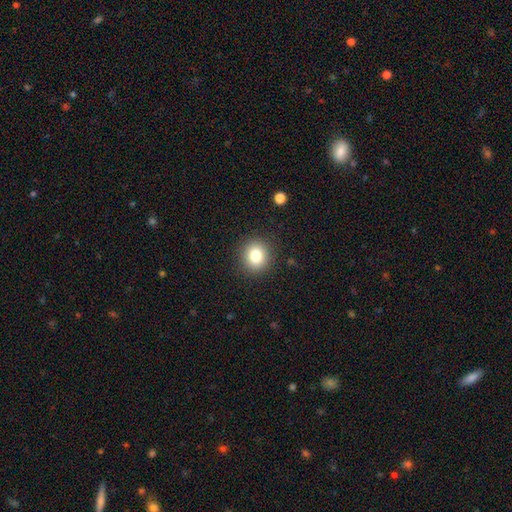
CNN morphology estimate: A smooth galaxy with no disk features (81%) that is round (85%).

Vote fractions:
- Smooth or featured? smooth: 81% / star or artifact: 11% / featured or disk: 8%
- How rounded? round: 85% / in between: 14% / cigar-shaped: 1%
- Merging? none: 90% / minor disturbance: 7% / major disturbance: 2% / merger: 1%